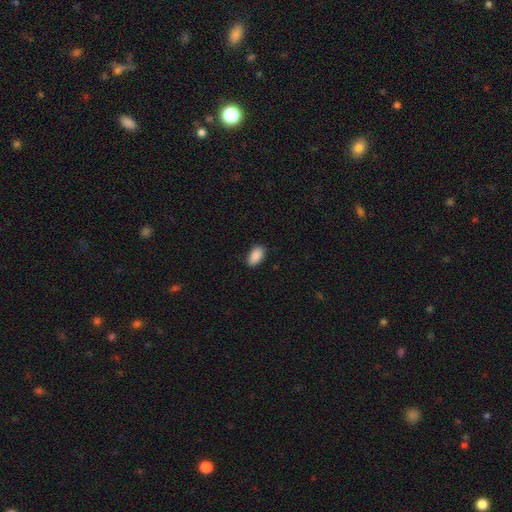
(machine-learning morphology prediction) smooth-or-featured: smooth: 90% | star or artifact: 7% | featured or disk: 3%
  how-rounded: in between: 94% | round: 4% | cigar-shaped: 2%
  merging: none: 86% | minor disturbance: 11% | major disturbance: 2% | merger: 1%